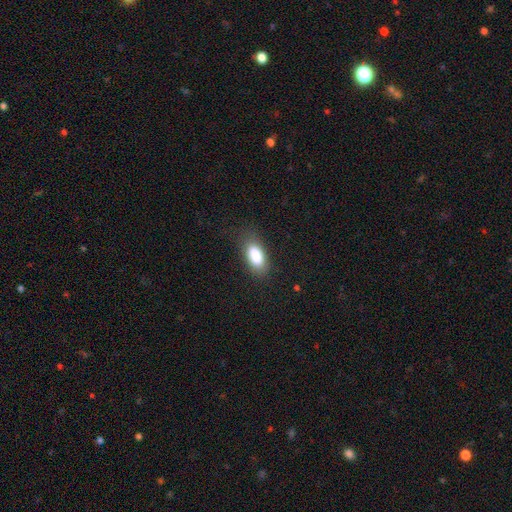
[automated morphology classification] smooth_or_featured: smooth (p=0.86) [alt: star or artifact p=0.08]
how_rounded: in between (p=0.88) [alt: cigar-shaped p=0.08]
merging: none (p=0.77) [alt: minor disturbance p=0.16]